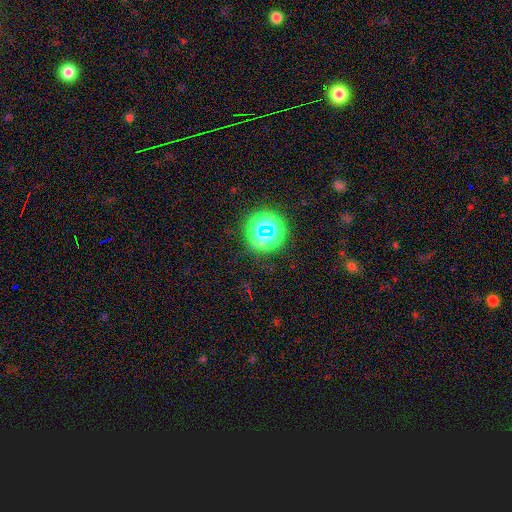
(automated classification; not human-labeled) Overall: star or artifact (79%).